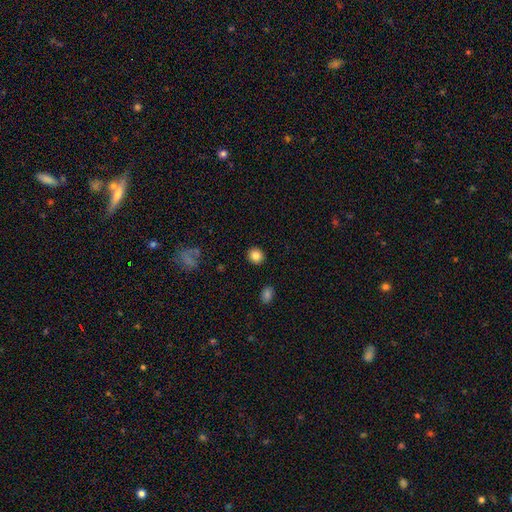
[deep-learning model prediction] Overall: smooth (84%). How rounded: round (87%). Merging: none (91%).